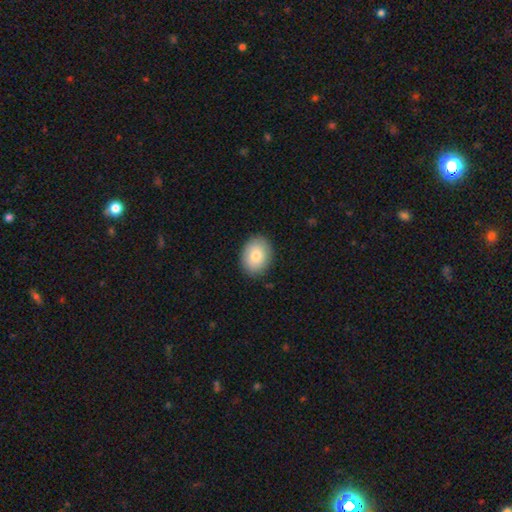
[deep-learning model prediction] A smooth galaxy with no disk features (79%) that is in between round and cigar-shaped (61%).

Vote fractions:
- Smooth or featured? smooth: 79% / featured or disk: 14% / star or artifact: 7%
- How rounded? in between: 61% / round: 38% / cigar-shaped: 1%
- Merging? none: 88% / minor disturbance: 9% / major disturbance: 2% / merger: 1%